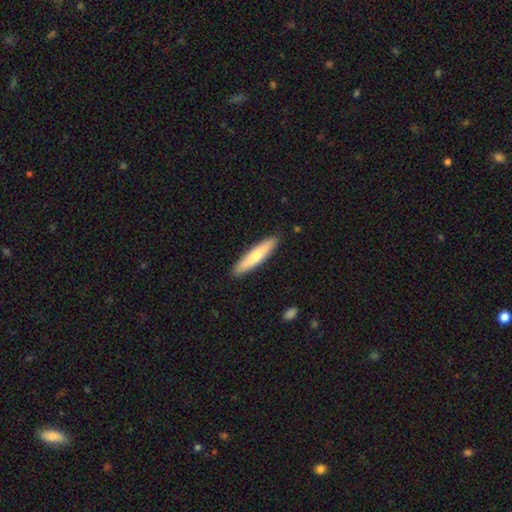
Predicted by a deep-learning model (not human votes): Smooth or featured? Predicted: smooth (p=0.68). How rounded? Predicted: cigar-shaped (p=0.86). Merging? Predicted: none (p=0.90).